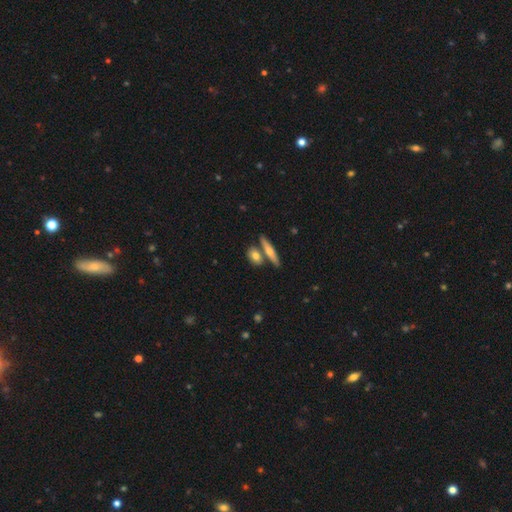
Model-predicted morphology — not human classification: Smooth or featured: smooth — 66% (featured or disk — 27%)
How rounded: in between — 54% (cigar-shaped — 30%)
Merging: none — 61% (merger — 26%)